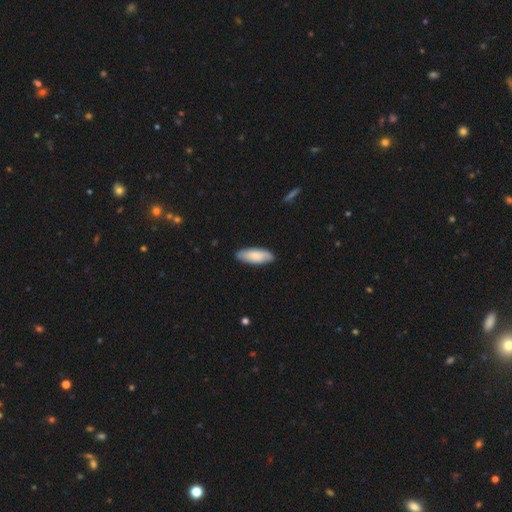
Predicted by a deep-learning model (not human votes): Smooth or featured? smooth (80%)
How rounded? in between (72%)
Merging? none (87%)